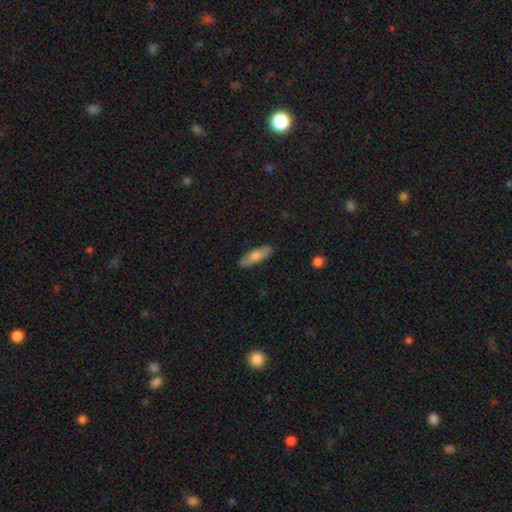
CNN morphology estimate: Smooth or featured? Predicted: smooth (p=0.69). How rounded? Predicted: in between (p=0.51). Merging? Predicted: none (p=0.88).